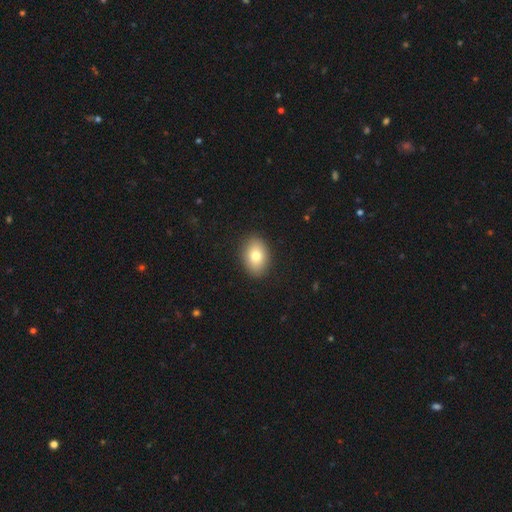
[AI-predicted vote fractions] Morphology: type=smooth (79%); roundness=in between (79%); merging=none (89%).